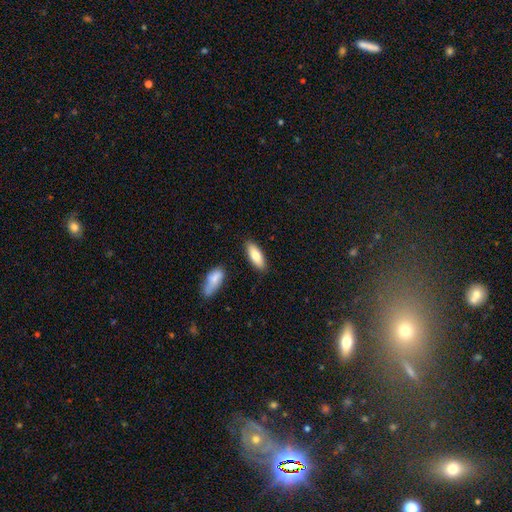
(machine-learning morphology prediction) smooth-or-featured: smooth: 81% | featured or disk: 13% | star or artifact: 6%
  how-rounded: in between: 71% | cigar-shaped: 27% | round: 2%
  merging: none: 84% | minor disturbance: 10% | merger: 3% | major disturbance: 2%